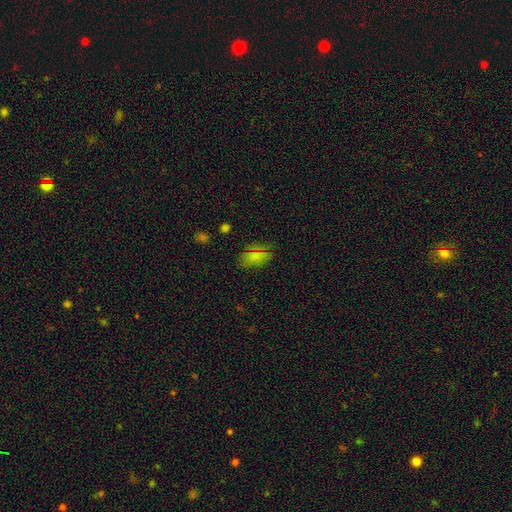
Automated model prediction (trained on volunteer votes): smooth 73%, star or artifact 20%, featured or disk 7%. Down the decision tree: how rounded — in between (90%); merging — none (78%).